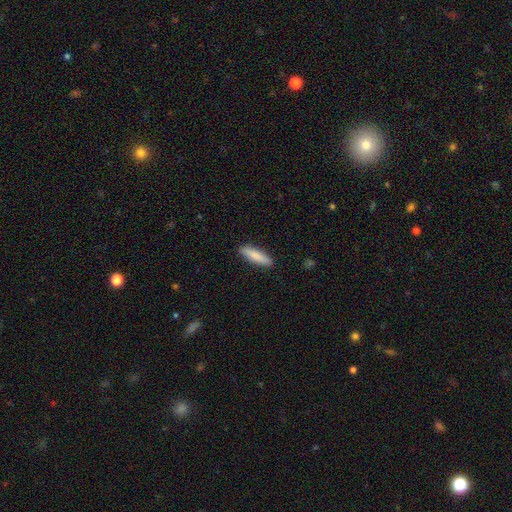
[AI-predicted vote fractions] The model was most divided on "how rounded": cigar-shaped: 72%, in between: 26%, round: 2%. More confident: merging — none (90%); smooth or featured — smooth (82%).